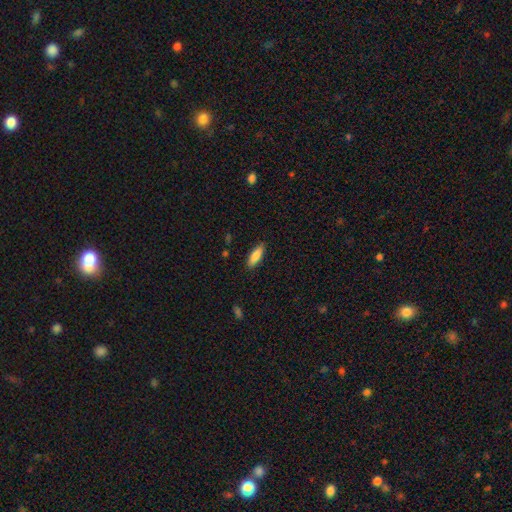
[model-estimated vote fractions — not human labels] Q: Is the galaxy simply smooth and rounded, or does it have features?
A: smooth — 85%.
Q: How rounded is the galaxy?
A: in between — 58%.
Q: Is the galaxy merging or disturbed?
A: none — 86%.